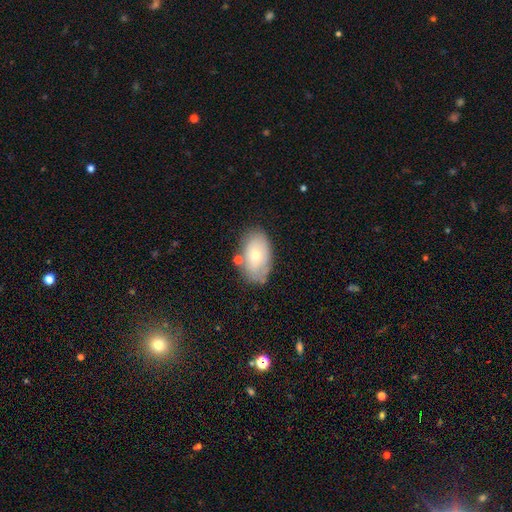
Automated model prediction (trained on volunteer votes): smooth-or-featured: smooth: 65% | featured or disk: 28% | star or artifact: 7%
  how-rounded: in between: 92% | round: 6% | cigar-shaped: 1%
  merging: none: 71% | minor disturbance: 18% | merger: 6% | major disturbance: 5%